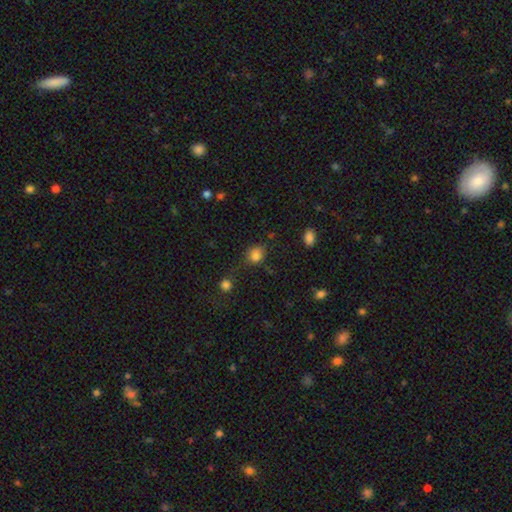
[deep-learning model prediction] A smooth galaxy with no disk features (81%) that is round (65%). Merging: none (61%).